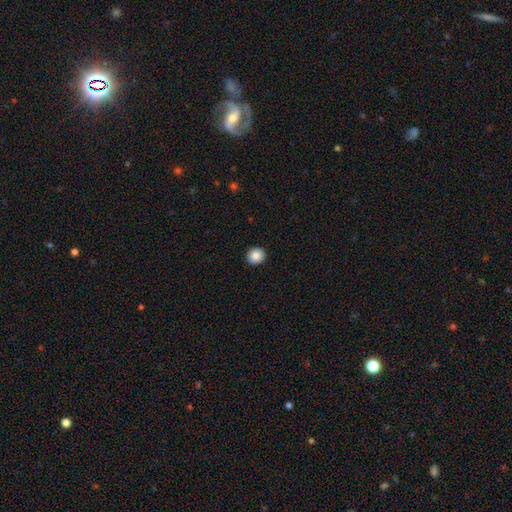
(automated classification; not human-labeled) smooth 86%, star or artifact 9%, featured or disk 5%. Down the decision tree: how rounded — round (91%); merging — none (93%).